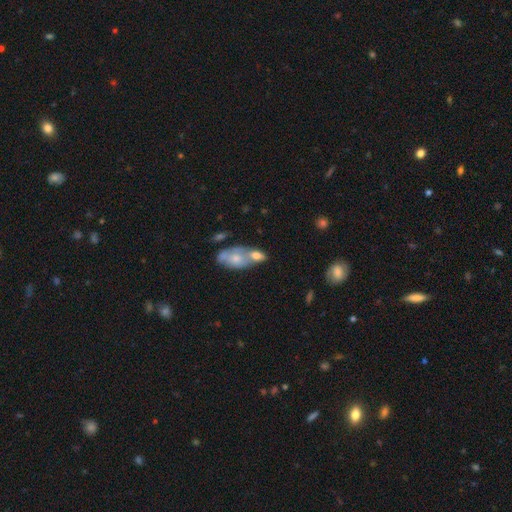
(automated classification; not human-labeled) smooth_or_featured: smooth (p=0.62) [alt: featured or disk p=0.30]
how_rounded: in between (p=0.84) [alt: round p=0.09]
merging: merger (p=0.58) [alt: none p=0.24]